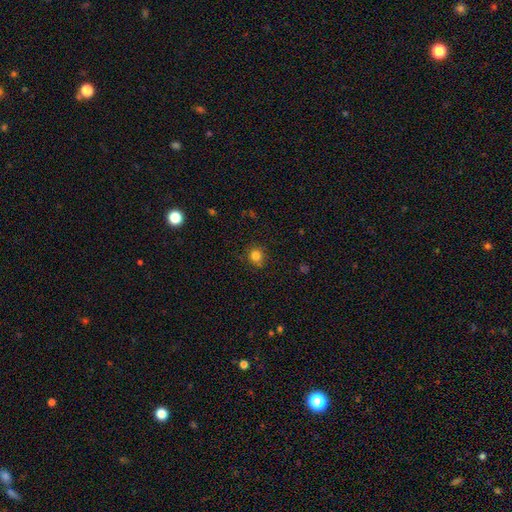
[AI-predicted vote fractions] This is clearly a smooth galaxy (82%). How rounded: clearly round (87%). Merging: clearly none (86%).